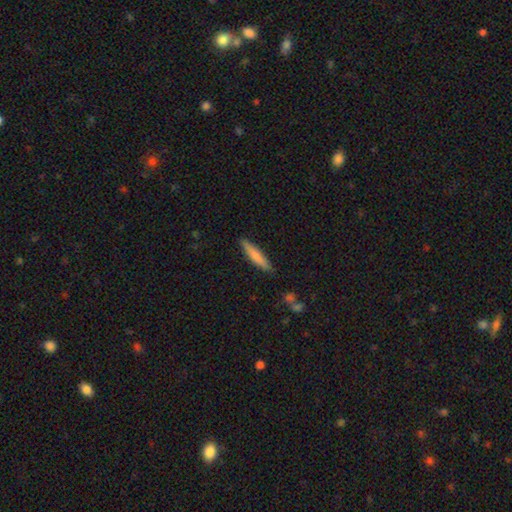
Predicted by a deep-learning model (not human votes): Overall: smooth (75%). How rounded: cigar-shaped (88%). Merging: none (86%).